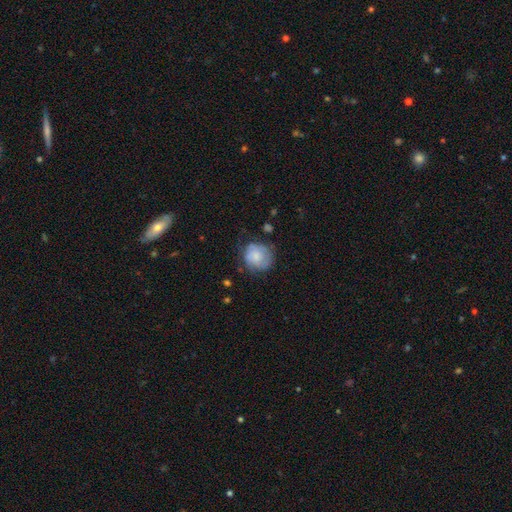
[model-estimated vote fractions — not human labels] Q: Smooth or featured?
A: smooth (66%); runner-up: featured or disk (27%)
Q: How rounded?
A: round (85%); runner-up: in between (14%)
Q: Merging?
A: none (64%); runner-up: minor disturbance (25%)